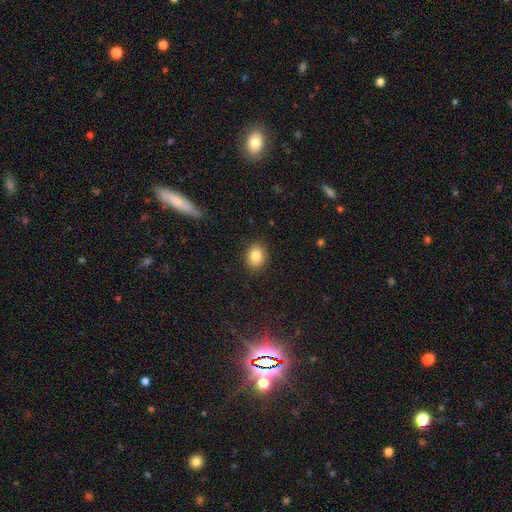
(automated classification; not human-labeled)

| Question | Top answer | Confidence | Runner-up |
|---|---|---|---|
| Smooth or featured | smooth | 85% | star or artifact (9%) |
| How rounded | round | 54% | in between (45%) |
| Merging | none | 88% | minor disturbance (8%) |